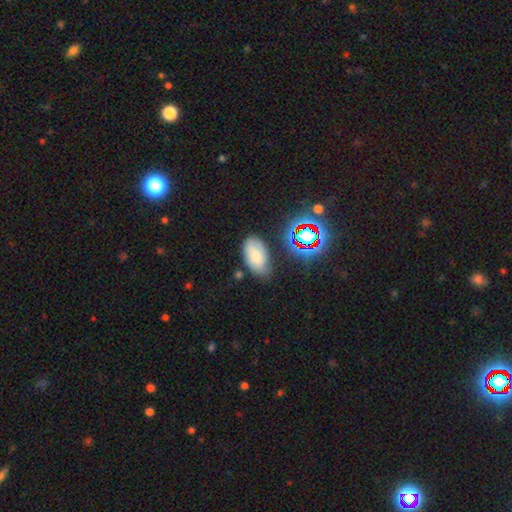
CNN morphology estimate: Smooth or featured? smooth (67%)
How rounded? in between (93%)
Merging? none (67%)